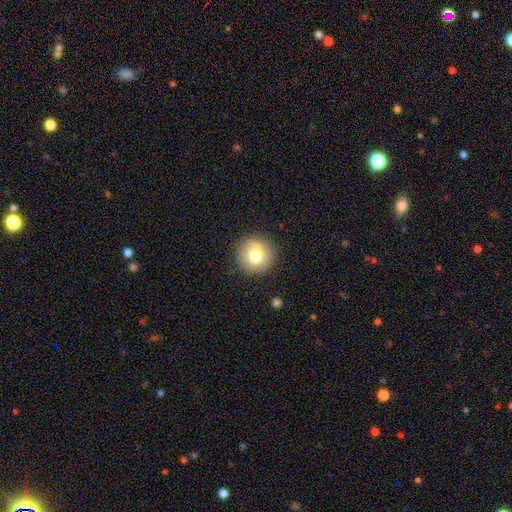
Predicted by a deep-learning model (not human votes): smooth_or_featured: smooth (p=0.69) [alt: featured or disk p=0.19]
how_rounded: round (p=0.94) [alt: in between p=0.05]
merging: none (p=0.79) [alt: minor disturbance p=0.11]